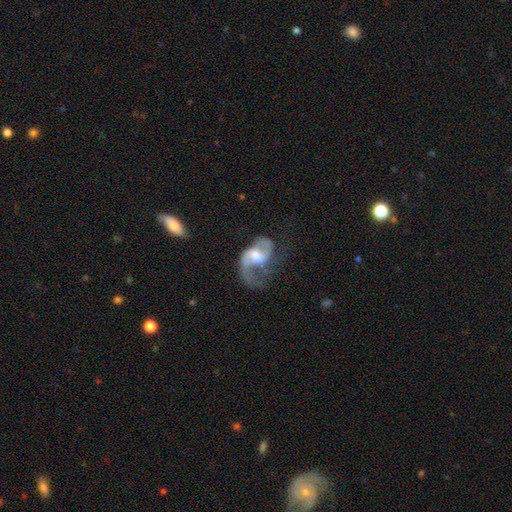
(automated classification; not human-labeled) Smooth or featured: featured or disk — 82% (smooth — 12%)
Edge-on disk: no — 97% (yes — 3%)
Bar: weak — 52% (no — 34%)
Spiral arms: yes — 92% (no — 8%)
Spiral winding: loose — 53% (medium — 38%)
Spiral arm count: 2 — 67% (1 — 24%)
Bulge size: moderate — 55% (small — 25%)
Merging: major disturbance — 42% (none — 34%)